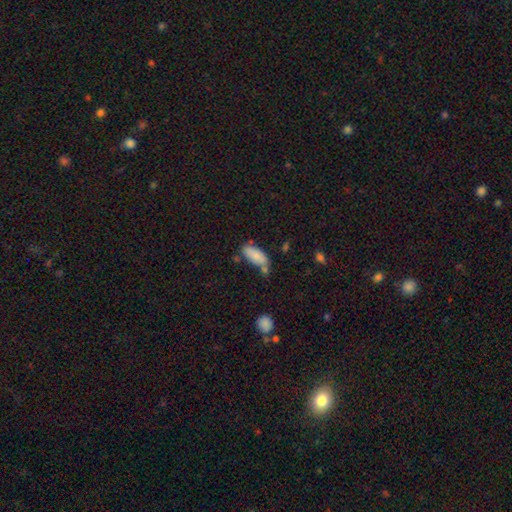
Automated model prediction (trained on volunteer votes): A smooth galaxy with no disk features (80%) that is in between round and cigar-shaped (86%).

Vote fractions:
- Smooth or featured? smooth: 80% / featured or disk: 14% / star or artifact: 7%
- How rounded? in between: 86% / cigar-shaped: 12% / round: 2%
- Merging? none: 58% / minor disturbance: 20% / merger: 17% / major disturbance: 5%